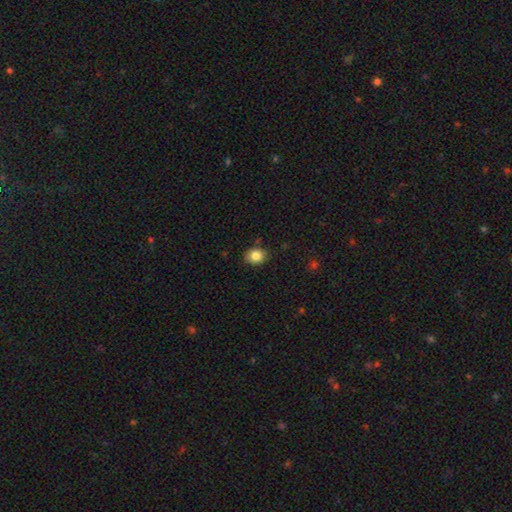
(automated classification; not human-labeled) Smooth or featured? smooth (85%)
How rounded? in between (52%)
Merging? none (85%)